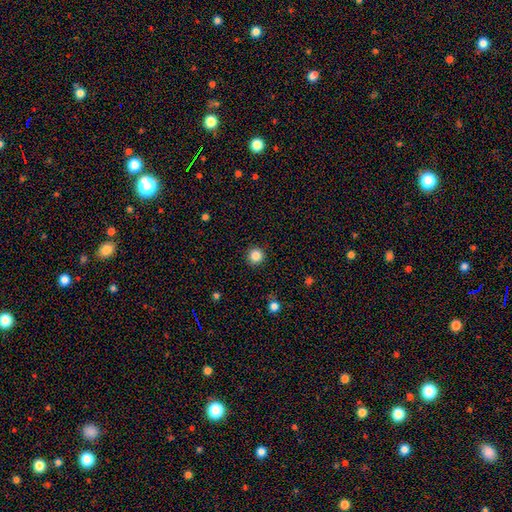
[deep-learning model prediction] Smooth or featured: smooth — 84% (star or artifact — 11%)
How rounded: round — 95% (in between — 4%)
Merging: none — 92% (minor disturbance — 5%)